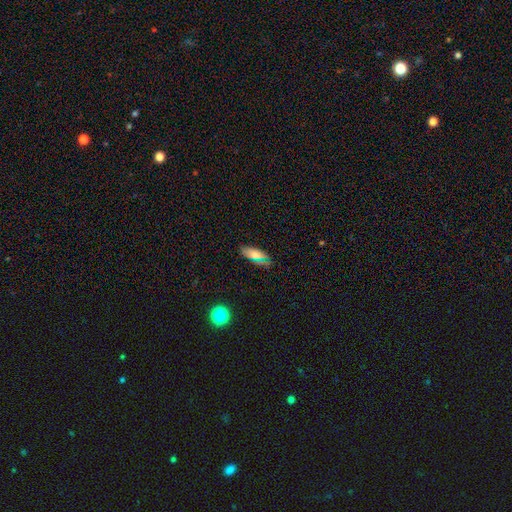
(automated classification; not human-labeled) This appears to be a smooth galaxy with no disk features (73%) that is in between round and cigar-shaped (78%). Merging: none (84%).